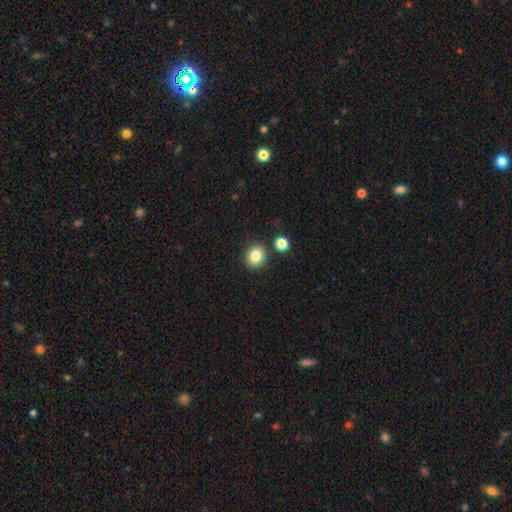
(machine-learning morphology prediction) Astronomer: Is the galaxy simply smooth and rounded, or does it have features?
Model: smooth — 84%.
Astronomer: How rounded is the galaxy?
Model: round — 74%.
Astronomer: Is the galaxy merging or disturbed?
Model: none — 85%.